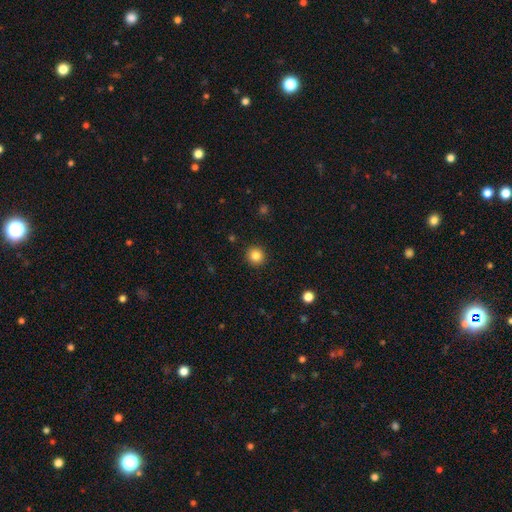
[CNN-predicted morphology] The model was most divided on "smooth or featured": smooth: 84%, star or artifact: 11%, featured or disk: 5%. More confident: how rounded — round (94%); merging — none (92%).